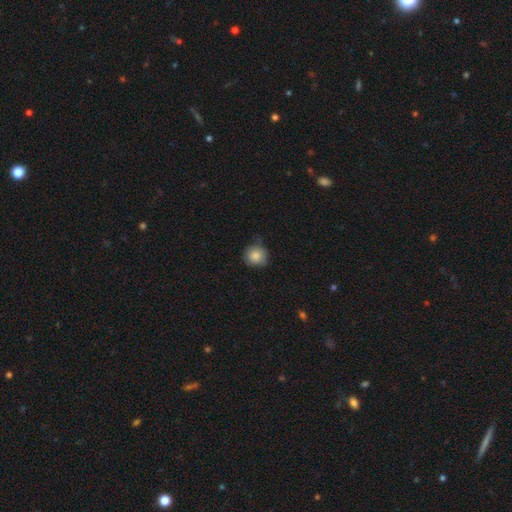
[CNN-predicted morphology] smooth-or-featured: smooth: 84% | star or artifact: 8% | featured or disk: 8%
  how-rounded: round: 91% | in between: 8% | cigar-shaped: 1%
  merging: none: 69% | minor disturbance: 26% | major disturbance: 4% | merger: 2%